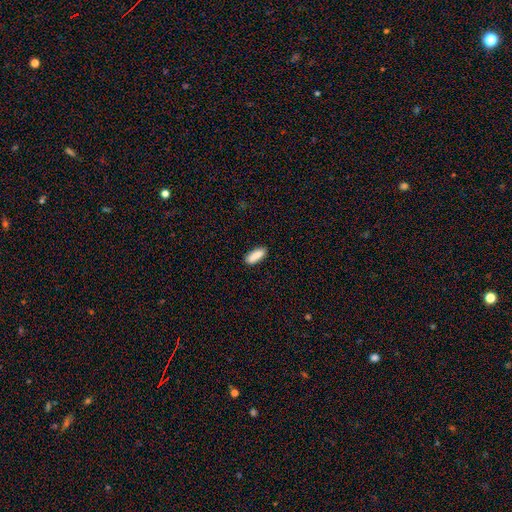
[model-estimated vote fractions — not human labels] smooth_or_featured: smooth (p=0.87) [alt: star or artifact p=0.07]
how_rounded: in between (p=0.65) [alt: cigar-shaped p=0.33]
merging: none (p=0.86) [alt: minor disturbance p=0.11]